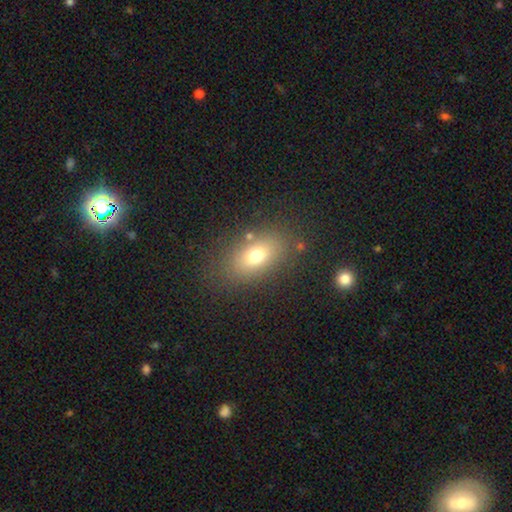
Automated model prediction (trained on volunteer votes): Smooth or featured?
  - smooth: 71% *
  - featured or disk: 16%
  - star or artifact: 14%
How rounded?
  - in between: 79% *
  - round: 17%
  - cigar-shaped: 3%
Merging?
  - none: 81% *
  - minor disturbance: 11%
  - major disturbance: 6%
  - merger: 3%